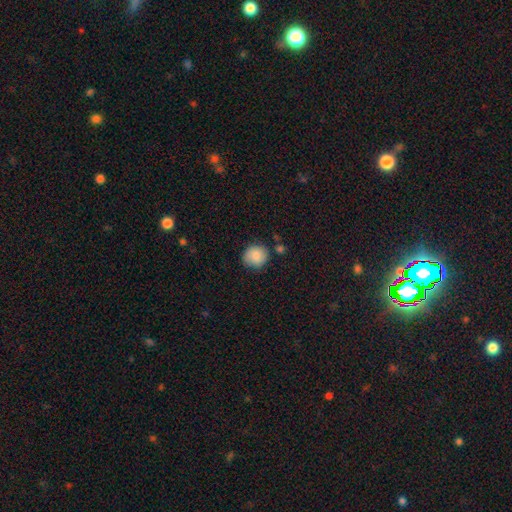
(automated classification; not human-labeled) This is clearly a smooth galaxy (84%). How rounded: clearly round (87%). Merging: likely none (78%).